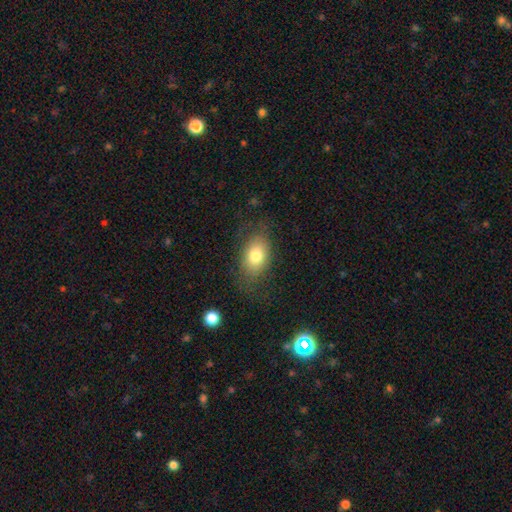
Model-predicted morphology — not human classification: A smooth galaxy with no disk features (75%) that is in between round and cigar-shaped (85%). Merging: none (72%).